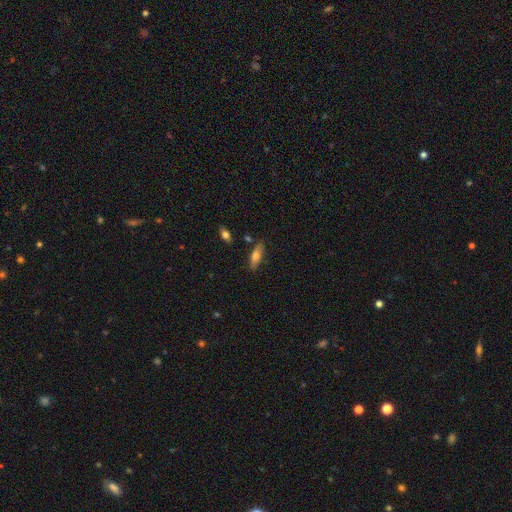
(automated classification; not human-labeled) smooth-or-featured: smooth: 67% | featured or disk: 26% | star or artifact: 7%
  how-rounded: in between: 55% | cigar-shaped: 43% | round: 3%
  merging: none: 79% | minor disturbance: 14% | merger: 4% | major disturbance: 3%